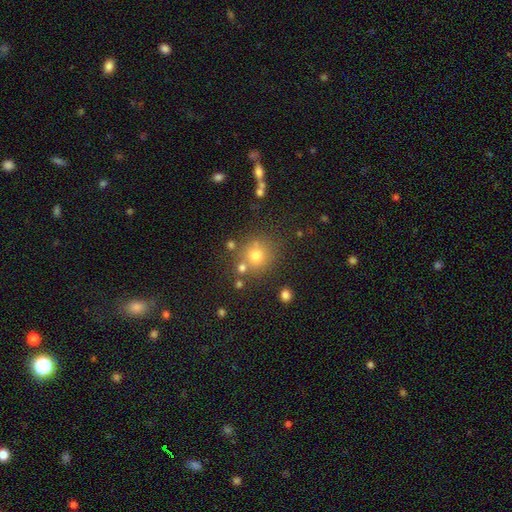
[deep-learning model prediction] Morphology: type=smooth (73%); roundness=round (89%); merging=none (72%).